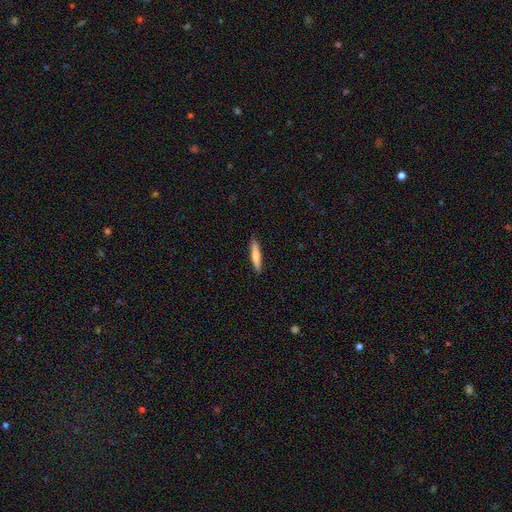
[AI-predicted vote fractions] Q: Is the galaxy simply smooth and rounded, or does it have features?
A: smooth — 72%.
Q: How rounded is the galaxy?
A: cigar-shaped — 88%.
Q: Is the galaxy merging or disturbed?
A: none — 91%.